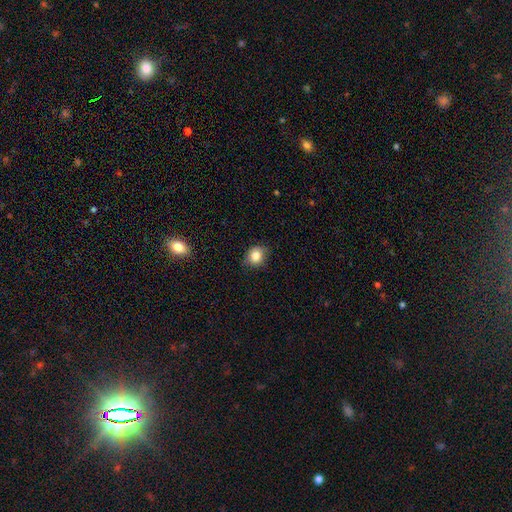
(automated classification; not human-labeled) Q: Smooth or featured?
A: smooth (83%); runner-up: star or artifact (10%)
Q: How rounded?
A: round (61%); runner-up: in between (38%)
Q: Merging?
A: none (76%); runner-up: minor disturbance (20%)